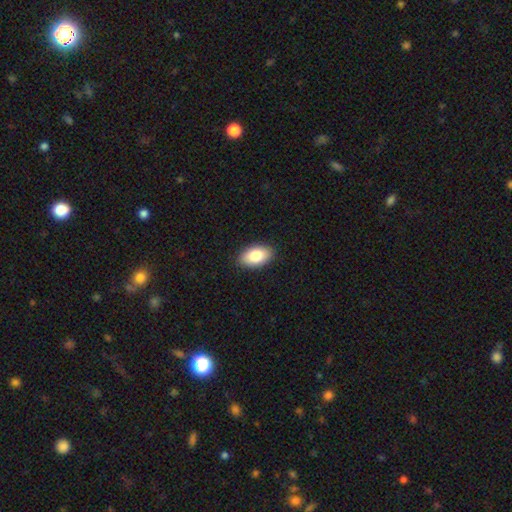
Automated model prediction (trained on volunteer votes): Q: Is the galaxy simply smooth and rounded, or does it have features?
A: smooth — 84%.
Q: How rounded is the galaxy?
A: in between — 94%.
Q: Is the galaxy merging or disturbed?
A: none — 89%.